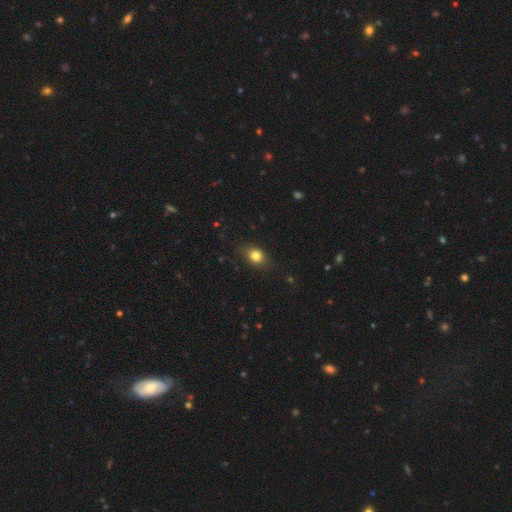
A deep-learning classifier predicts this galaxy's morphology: smooth-or-featured: smooth: 80% | star or artifact: 11% | featured or disk: 9%
  how-rounded: in between: 57% | round: 41% | cigar-shaped: 2%
  merging: none: 80% | minor disturbance: 15% | major disturbance: 4% | merger: 1%